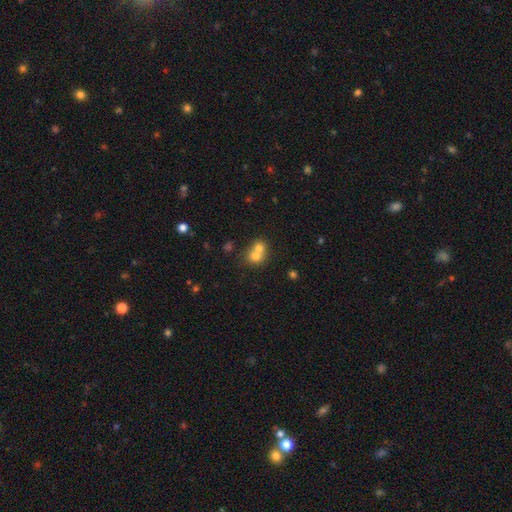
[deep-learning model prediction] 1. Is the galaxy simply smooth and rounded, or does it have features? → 70% smooth, 18% featured or disk, 12% star or artifact.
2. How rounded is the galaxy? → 75% round, 24% in between, 1% cigar-shaped.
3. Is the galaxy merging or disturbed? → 66% merger, 27% none, 5% minor disturbance, 2% major disturbance.